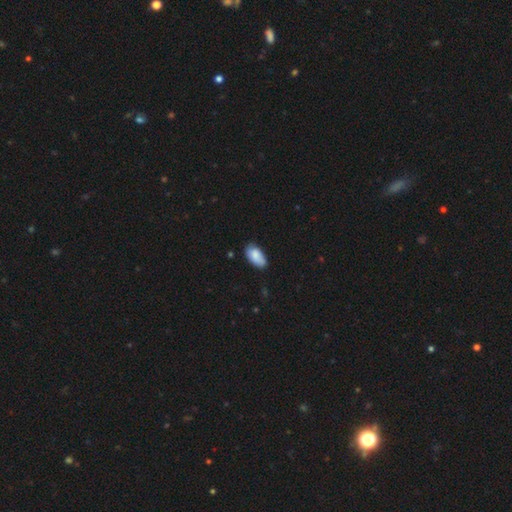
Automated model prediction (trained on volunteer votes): Smooth or featured? Predicted: smooth (p=0.84). How rounded? Predicted: in between (p=0.95). Merging? Predicted: none (p=0.67).